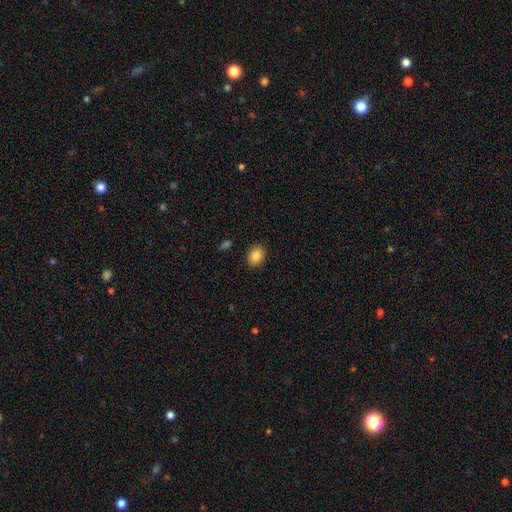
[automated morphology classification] Smooth or featured: smooth — 86% (star or artifact — 8%)
How rounded: in between — 69% (round — 30%)
Merging: none — 89% (minor disturbance — 8%)